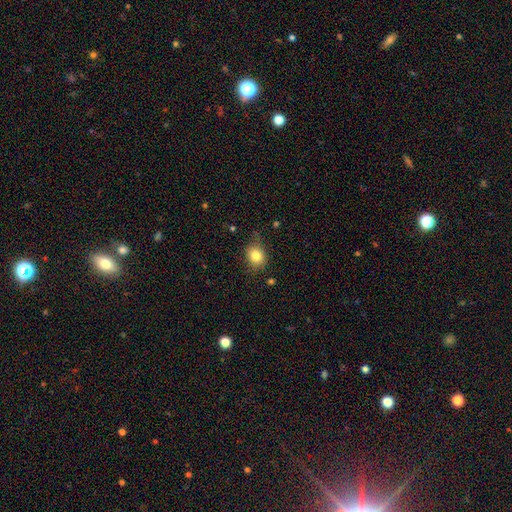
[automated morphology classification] smooth_or_featured: smooth (p=0.82) [alt: star or artifact p=0.10]
how_rounded: round (p=0.60) [alt: in between p=0.39]
merging: none (p=0.74) [alt: minor disturbance p=0.20]